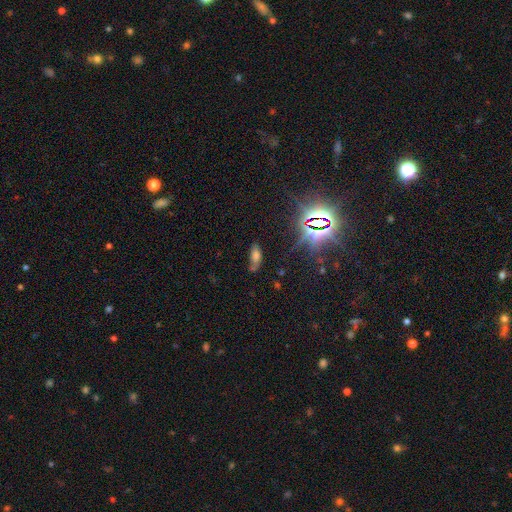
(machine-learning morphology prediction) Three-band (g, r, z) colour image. It shows a smooth galaxy with no disk features (44%). Merging: none (66%).